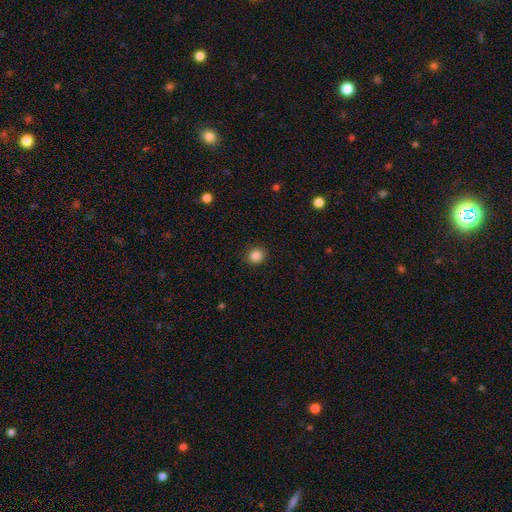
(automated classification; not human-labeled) smooth_or_featured: smooth (p=0.86) [alt: star or artifact p=0.10]
how_rounded: round (p=0.80) [alt: in between p=0.19]
merging: none (p=0.89) [alt: minor disturbance p=0.08]